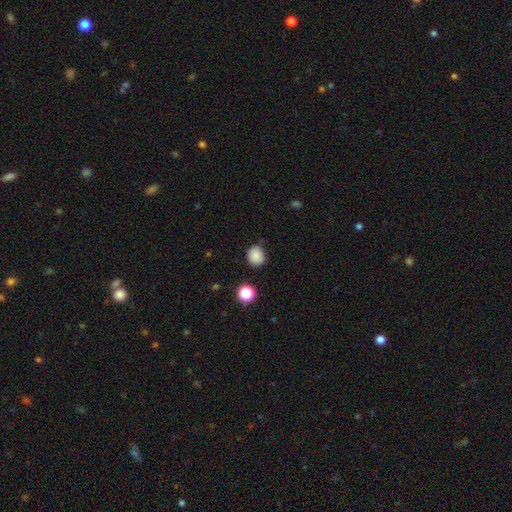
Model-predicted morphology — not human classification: Overall: smooth (85%). How rounded: round (69%; in between 30%). Merging: none (77%).